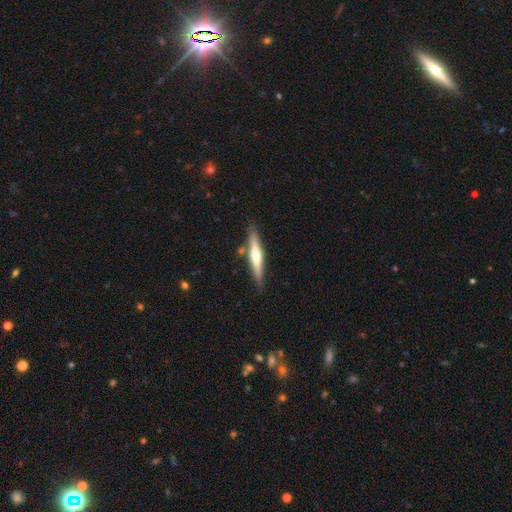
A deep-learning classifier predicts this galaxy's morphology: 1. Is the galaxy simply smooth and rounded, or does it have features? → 51% featured or disk, 43% smooth, 5% star or artifact.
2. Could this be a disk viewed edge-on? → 95% yes, 5% no.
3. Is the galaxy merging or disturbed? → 82% none, 11% minor disturbance, 5% merger, 2% major disturbance.